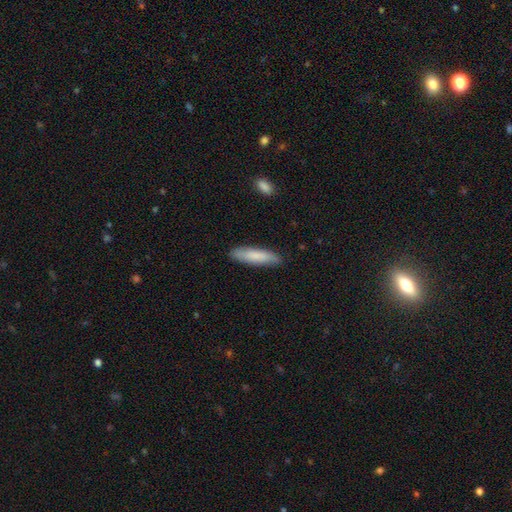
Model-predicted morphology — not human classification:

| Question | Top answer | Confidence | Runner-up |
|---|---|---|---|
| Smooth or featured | smooth | 80% | featured or disk (14%) |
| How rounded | cigar-shaped | 80% | in between (19%) |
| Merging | none | 87% | minor disturbance (10%) |